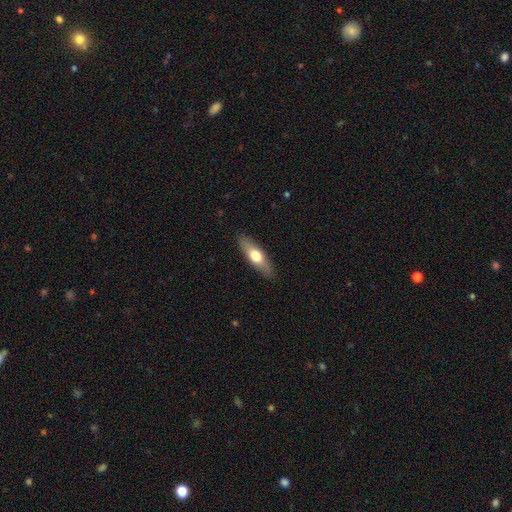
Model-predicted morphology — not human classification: Q: Smooth or featured?
A: smooth (60%); runner-up: featured or disk (35%)
Q: How rounded?
A: in between (50%); runner-up: cigar-shaped (47%)
Q: Merging?
A: none (87%); runner-up: minor disturbance (10%)